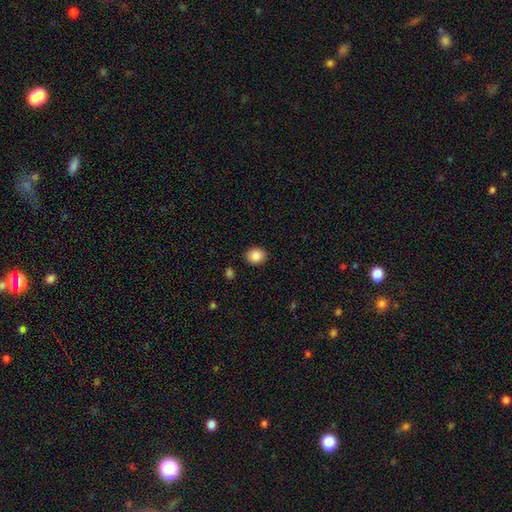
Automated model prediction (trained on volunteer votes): smooth_or_featured: smooth (p=0.87) [alt: star or artifact p=0.09]
how_rounded: round (p=0.71) [alt: in between p=0.29]
merging: none (p=0.90) [alt: minor disturbance p=0.07]